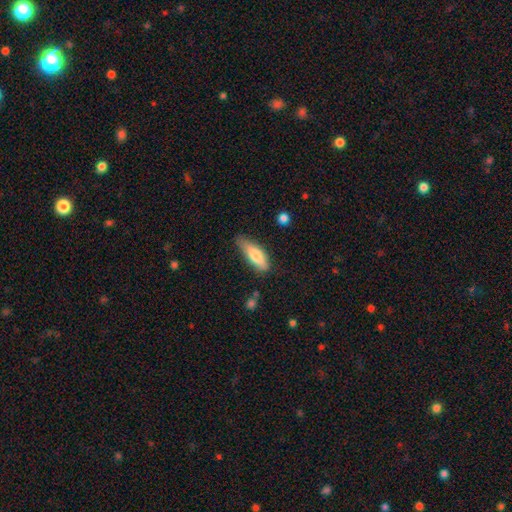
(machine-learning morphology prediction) smooth_or_featured: smooth (p=0.74) [alt: featured or disk p=0.20]
how_rounded: in between (p=0.54) [alt: cigar-shaped p=0.44]
merging: none (p=0.60) [alt: minor disturbance p=0.30]